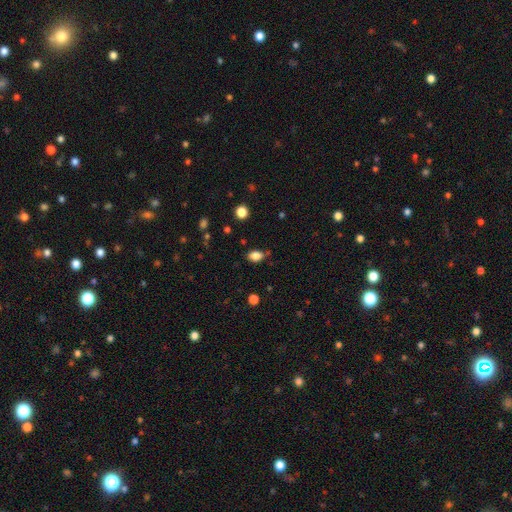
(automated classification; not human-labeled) smooth_or_featured: smooth (p=0.83) [alt: star or artifact p=0.11]
how_rounded: in between (p=0.83) [alt: round p=0.16]
merging: none (p=0.71) [alt: minor disturbance p=0.21]